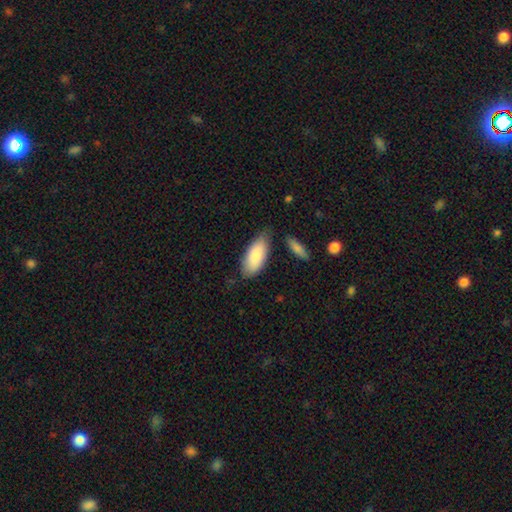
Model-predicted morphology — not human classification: type=smooth (86%); roundness=in between (87%); merging=none (67%).